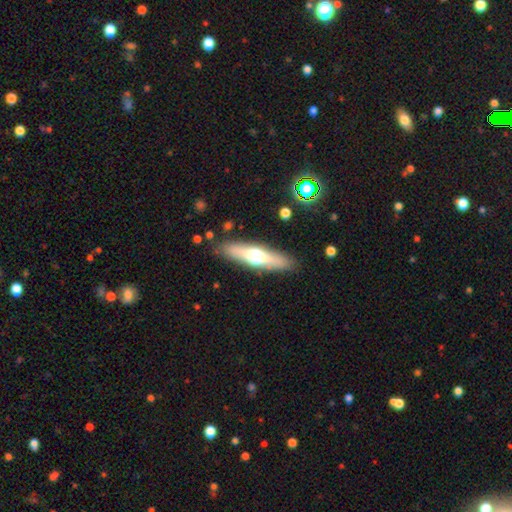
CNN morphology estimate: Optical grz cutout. It shows a featured or disk galaxy (47%). Merging: none (87%).